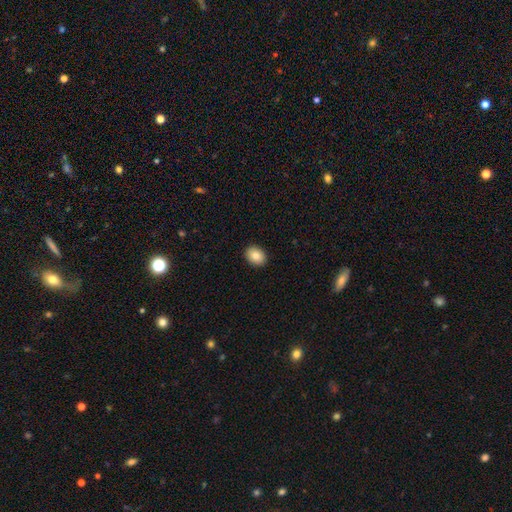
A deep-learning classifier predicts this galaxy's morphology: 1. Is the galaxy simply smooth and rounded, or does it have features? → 85% smooth, 8% star or artifact, 7% featured or disk.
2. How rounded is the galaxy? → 66% in between, 33% round, 1% cigar-shaped.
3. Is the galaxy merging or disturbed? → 91% none, 6% minor disturbance, 2% major disturbance, 1% merger.